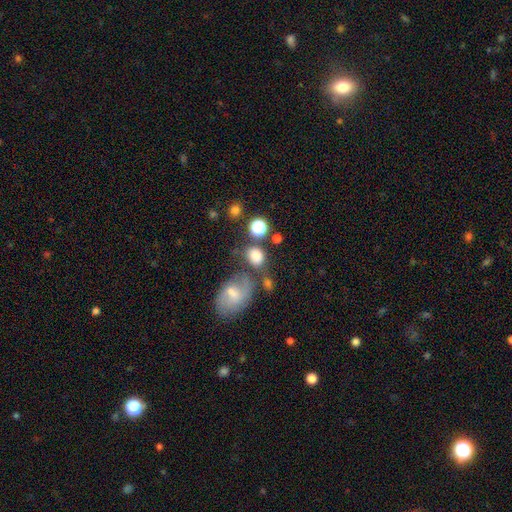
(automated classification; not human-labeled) This appears to be a smooth galaxy with no disk features (77%) that is in between round and cigar-shaped (49%, tied with round). Merging: none (51%).